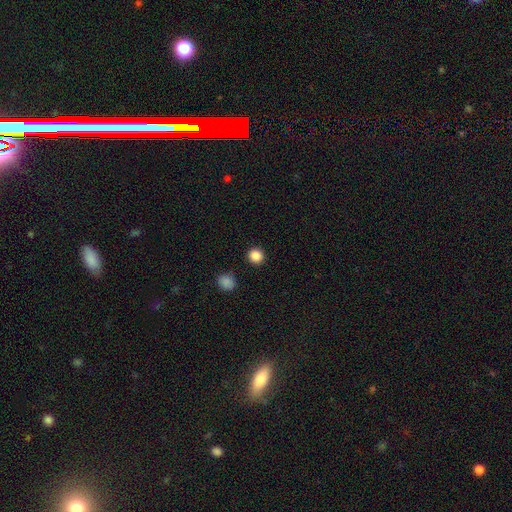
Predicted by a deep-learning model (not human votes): A smooth galaxy with no disk features (86%) that is round (93%).

Vote fractions:
- Smooth or featured? smooth: 86% / star or artifact: 11% / featured or disk: 3%
- How rounded? round: 93% / in between: 6% / cigar-shaped: 1%
- Merging? none: 92% / minor disturbance: 5% / merger: 2% / major disturbance: 2%